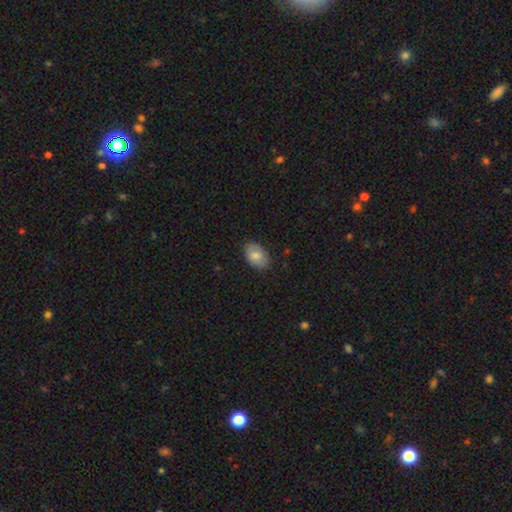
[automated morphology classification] This appears to be a smooth galaxy with no disk features (82%) that is in between round and cigar-shaped (89%). Merging: none (81%).